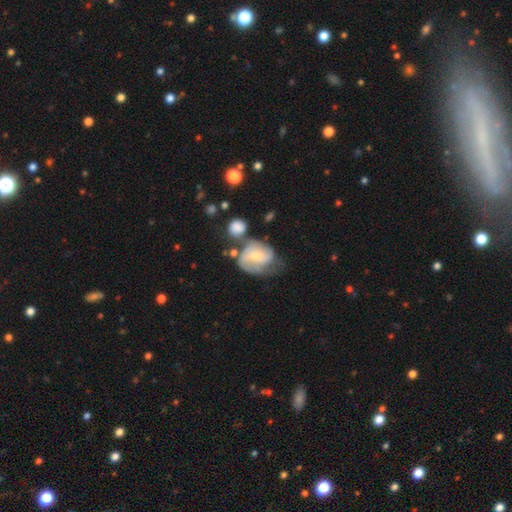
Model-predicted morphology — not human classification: Smooth or featured? featured or disk (55%)
Edge-on disk? no (97%)
Bar? weak (44%)
Spiral arms? yes (76%)
Bulge size? small (52%)
Merging? none (32%)